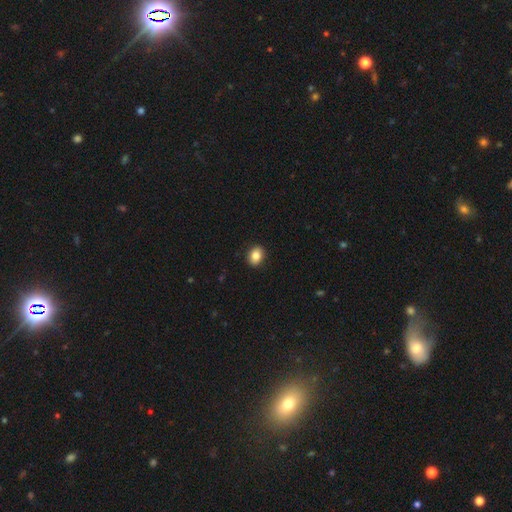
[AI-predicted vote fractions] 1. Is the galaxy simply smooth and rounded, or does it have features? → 85% smooth, 8% star or artifact, 6% featured or disk.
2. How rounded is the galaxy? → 60% in between, 38% round, 1% cigar-shaped.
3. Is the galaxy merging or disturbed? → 91% none, 7% minor disturbance, 2% major disturbance, 1% merger.